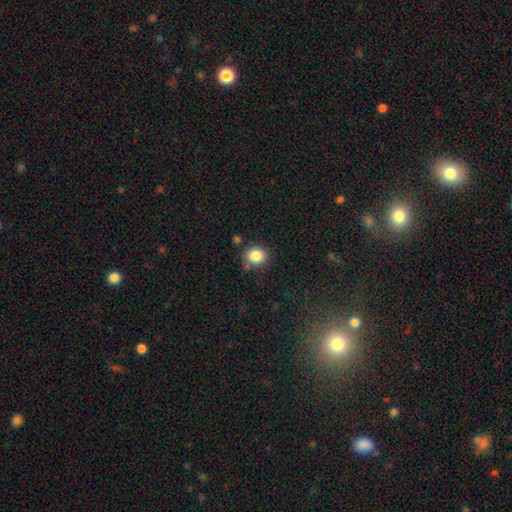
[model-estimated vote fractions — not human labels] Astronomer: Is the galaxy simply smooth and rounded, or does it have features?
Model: smooth — 84%.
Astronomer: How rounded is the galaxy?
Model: round — 78%.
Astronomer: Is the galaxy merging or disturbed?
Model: none — 78%.